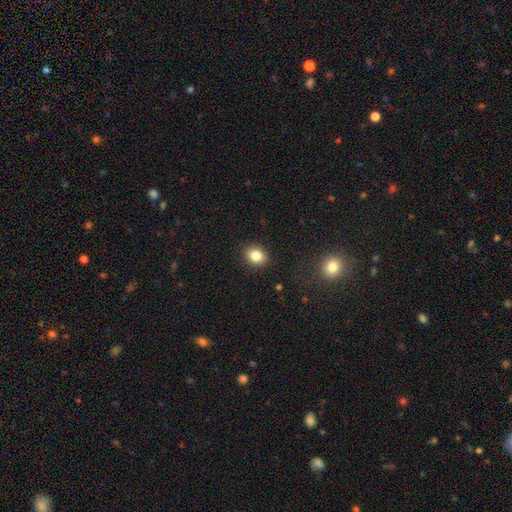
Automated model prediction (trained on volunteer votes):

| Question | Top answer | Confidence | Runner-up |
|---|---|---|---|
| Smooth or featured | smooth | 83% | star or artifact (11%) |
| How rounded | round | 58% | in between (41%) |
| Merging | none | 90% | minor disturbance (7%) |